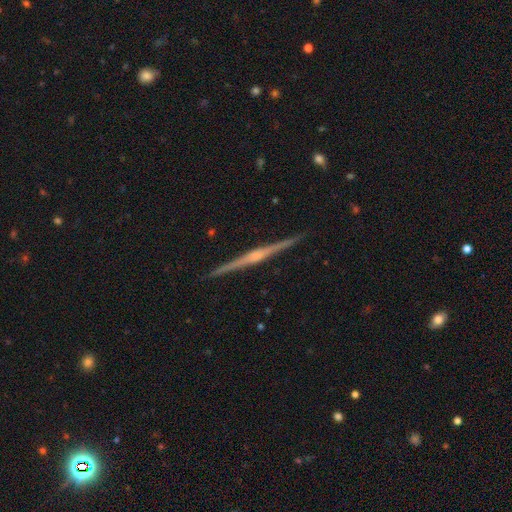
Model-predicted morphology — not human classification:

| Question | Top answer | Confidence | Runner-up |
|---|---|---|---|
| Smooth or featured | featured or disk | 85% | smooth (10%) |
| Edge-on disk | yes | 99% | no (1%) |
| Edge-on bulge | rounded | 66% | boxy (17%) |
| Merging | none | 93% | minor disturbance (5%) |